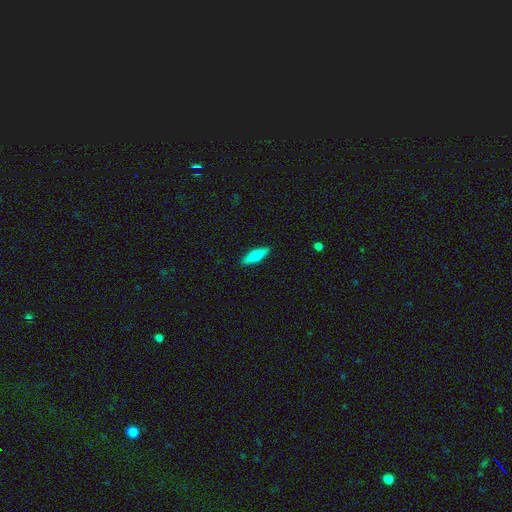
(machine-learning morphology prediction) smooth 63%, featured or disk 31%, star or artifact 6%. Down the decision tree: how rounded — cigar-shaped (60%); merging — none (90%).